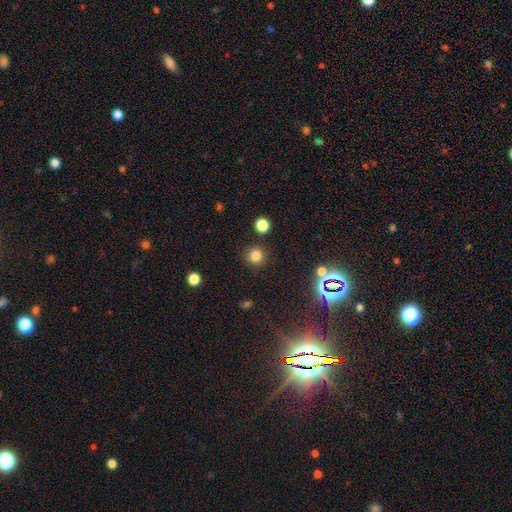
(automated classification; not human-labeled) smooth-or-featured: smooth: 81% | star or artifact: 15% | featured or disk: 5%
  how-rounded: round: 91% | in between: 8% | cigar-shaped: 1%
  merging: none: 87% | minor disturbance: 7% | merger: 3% | major disturbance: 3%